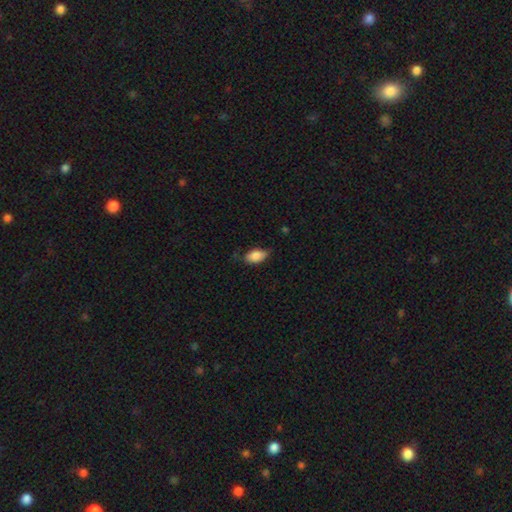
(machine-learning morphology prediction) Smooth or featured: smooth — 84% (featured or disk — 9%)
How rounded: in between — 91% (round — 5%)
Merging: none — 62% (minor disturbance — 31%)